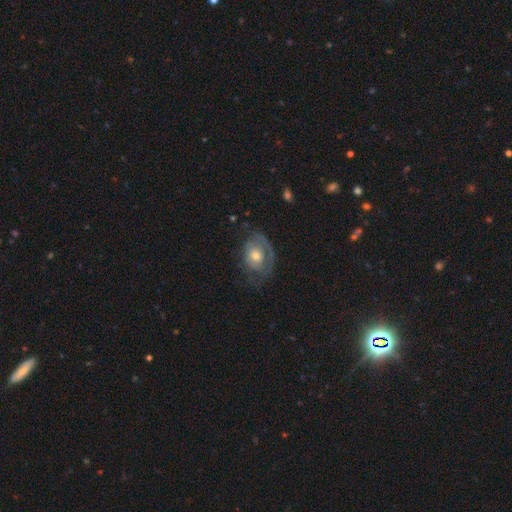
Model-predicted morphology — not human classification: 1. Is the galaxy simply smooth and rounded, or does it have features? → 58% featured or disk, 35% smooth, 7% star or artifact.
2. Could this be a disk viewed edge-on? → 95% no, 5% yes.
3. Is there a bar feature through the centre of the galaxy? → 81% no, 16% weak, 3% strong.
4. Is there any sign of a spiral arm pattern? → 58% yes, 42% no.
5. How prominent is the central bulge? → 62% moderate, 29% small, 7% large, 1% none, 1% dominant.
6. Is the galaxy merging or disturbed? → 50% none, 26% minor disturbance, 22% major disturbance, 2% merger.